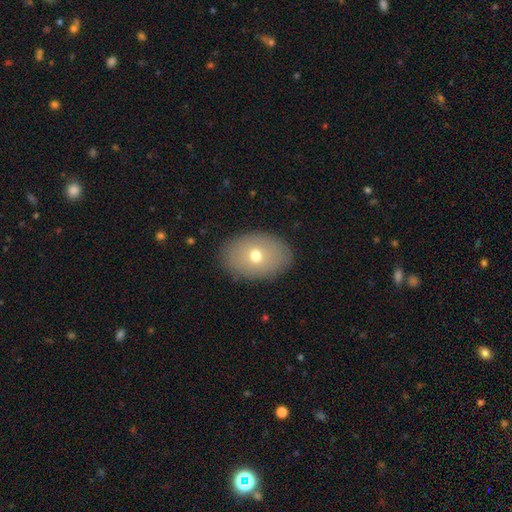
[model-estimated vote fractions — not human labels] Smooth or featured? Predicted: smooth (p=0.67). How rounded? Predicted: in between (p=0.77). Merging? Predicted: none (p=0.87).